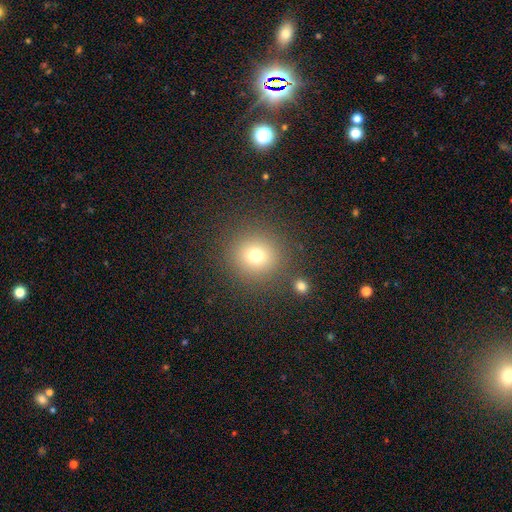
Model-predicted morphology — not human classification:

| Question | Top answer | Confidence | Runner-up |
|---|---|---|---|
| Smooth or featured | smooth | 74% | star or artifact (16%) |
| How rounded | round | 92% | in between (7%) |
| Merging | none | 85% | minor disturbance (7%) |